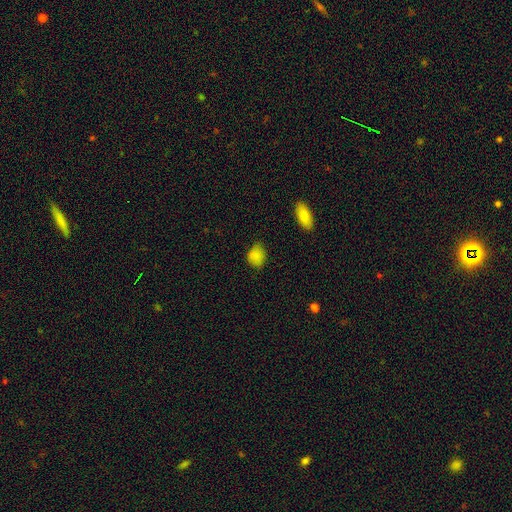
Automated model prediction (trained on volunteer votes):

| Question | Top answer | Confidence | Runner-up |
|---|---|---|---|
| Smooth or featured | smooth | 84% | star or artifact (11%) |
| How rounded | in between | 56% | round (43%) |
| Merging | none | 68% | minor disturbance (25%) |